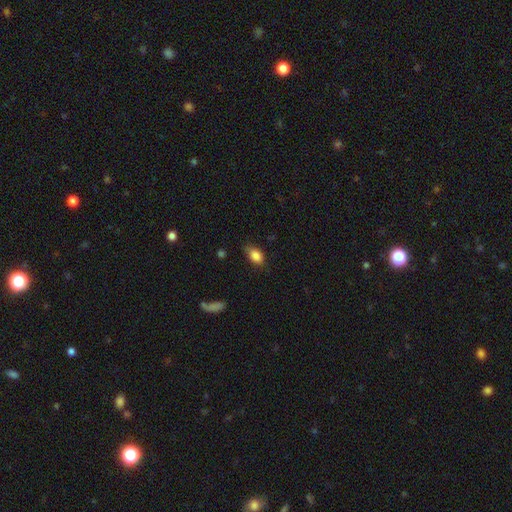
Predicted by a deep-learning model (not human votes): Smooth or featured: smooth — 86% (star or artifact — 8%)
How rounded: in between — 84% (round — 14%)
Merging: none — 69% (minor disturbance — 25%)